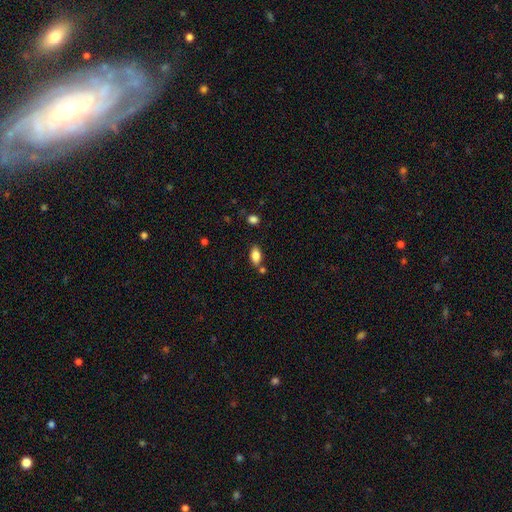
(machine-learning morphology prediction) Overall: smooth (85%). How rounded: in between (91%). Merging: none (73%).